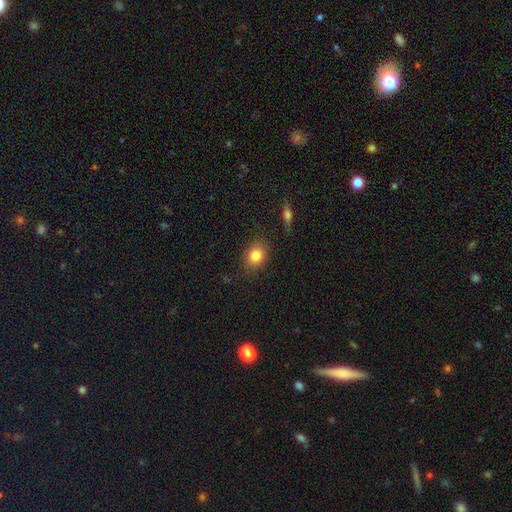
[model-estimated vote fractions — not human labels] Morphology: type=smooth (83%); roundness=in between (54%); merging=none (83%).